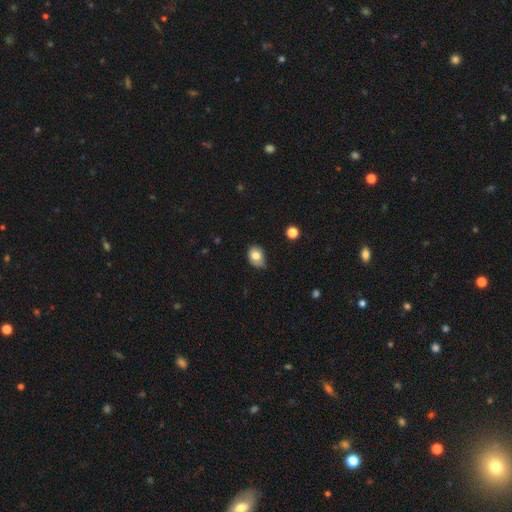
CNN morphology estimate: This appears to be a smooth galaxy with no disk features (77%) that is in between round and cigar-shaped (59%). Merging: none (51%).